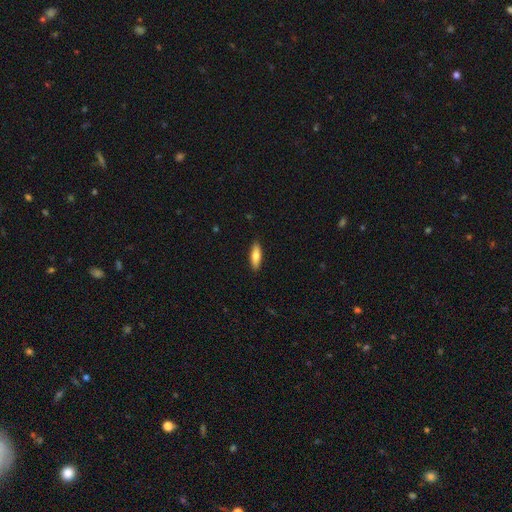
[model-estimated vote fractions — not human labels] This is likely a smooth galaxy (78%). How rounded: possibly in between (52%). Merging: clearly none (89%).